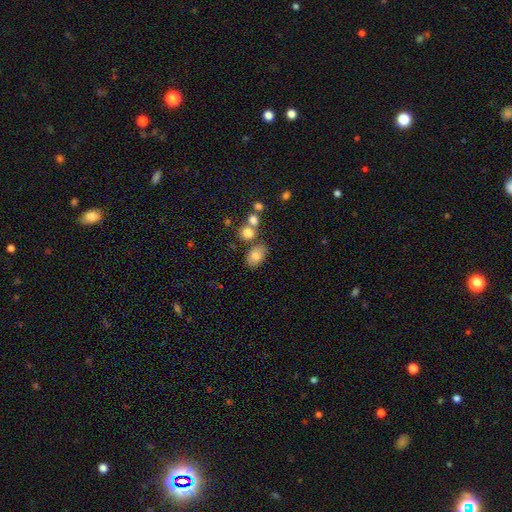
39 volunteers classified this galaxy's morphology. Overall: smooth (79%). How rounded: in between (65%; round 32%). Merging: merger (41%; none 38%).